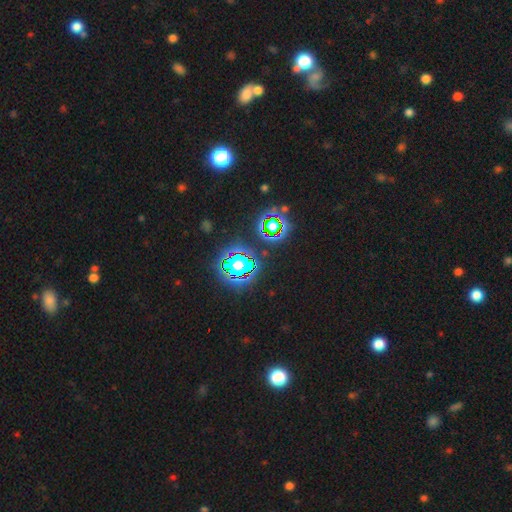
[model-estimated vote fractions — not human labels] smooth_or_featured: star or artifact (p=0.81) [alt: smooth p=0.12]